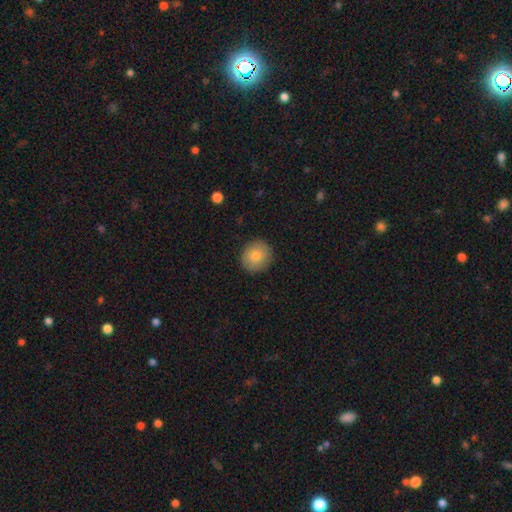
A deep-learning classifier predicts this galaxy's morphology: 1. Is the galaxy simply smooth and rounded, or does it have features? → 82% smooth, 11% featured or disk, 7% star or artifact.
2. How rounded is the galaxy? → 88% round, 11% in between, 1% cigar-shaped.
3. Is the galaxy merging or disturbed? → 90% none, 7% minor disturbance, 2% major disturbance, 1% merger.